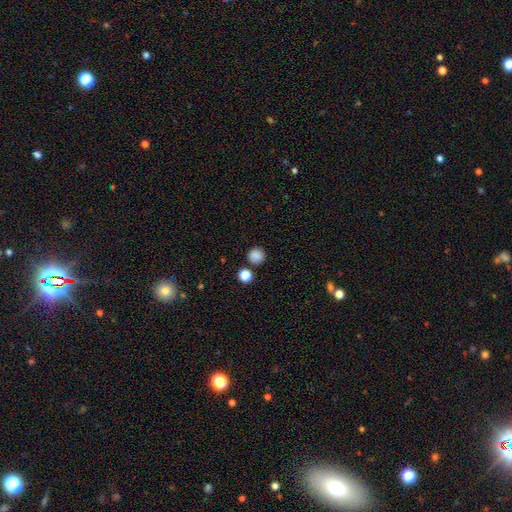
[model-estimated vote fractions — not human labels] A smooth galaxy with no disk features (85%) that is round (91%).

Vote fractions:
- Smooth or featured? smooth: 85% / star or artifact: 11% / featured or disk: 4%
- How rounded? round: 91% / in between: 8% / cigar-shaped: 1%
- Merging? none: 82% / minor disturbance: 9% / merger: 6% / major disturbance: 3%